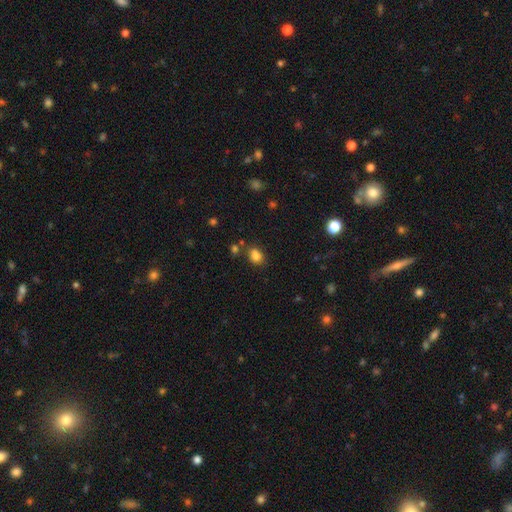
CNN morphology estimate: A smooth galaxy with no disk features (81%) that is in between round and cigar-shaped (62%).

Vote fractions:
- Smooth or featured? smooth: 81% / star or artifact: 13% / featured or disk: 6%
- How rounded? in between: 62% / round: 37% / cigar-shaped: 1%
- Merging? none: 69% / minor disturbance: 16% / merger: 11% / major disturbance: 5%